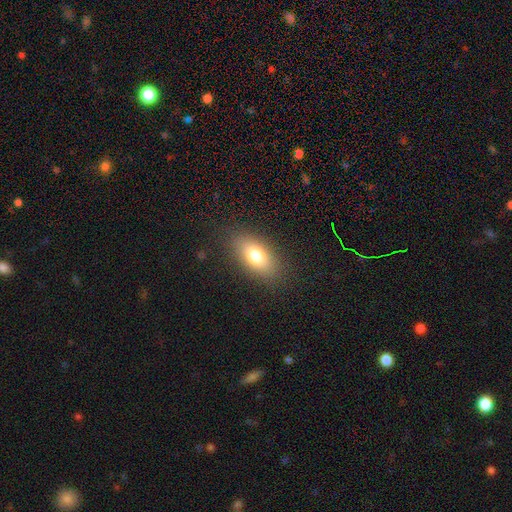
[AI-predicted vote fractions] Smooth or featured?
  - smooth: 76% *
  - featured or disk: 15%
  - star or artifact: 9%
How rounded?
  - in between: 87% *
  - round: 7%
  - cigar-shaped: 6%
Merging?
  - none: 85% *
  - minor disturbance: 10%
  - major disturbance: 4%
  - merger: 1%